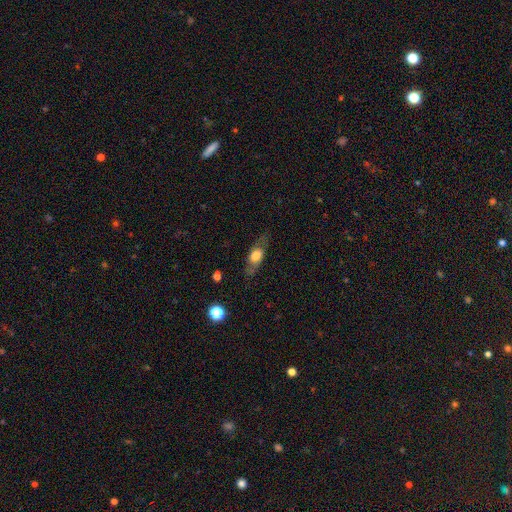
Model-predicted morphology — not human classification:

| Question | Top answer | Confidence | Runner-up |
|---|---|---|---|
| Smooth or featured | smooth | 53% | featured or disk (39%) |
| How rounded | in between | 60% | cigar-shaped (30%) |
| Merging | none | 72% | minor disturbance (18%) |